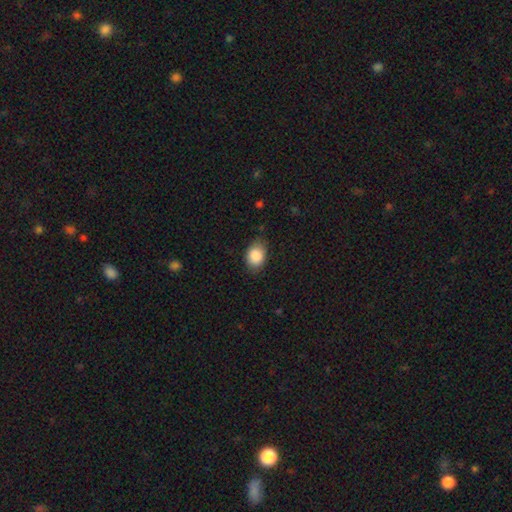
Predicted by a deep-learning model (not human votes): Smooth or featured? smooth (88%)
How rounded? in between (71%)
Merging? none (76%)